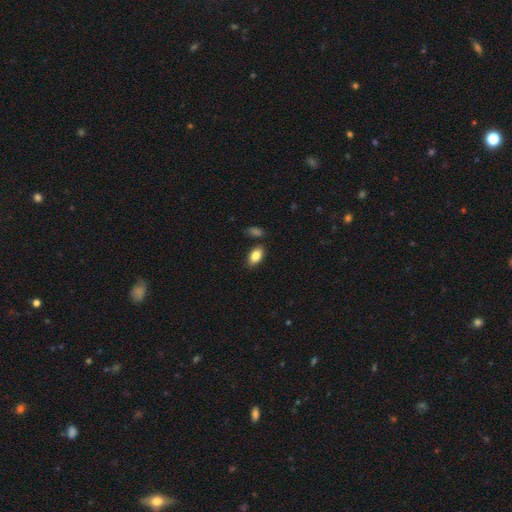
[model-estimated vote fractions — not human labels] A smooth galaxy with no disk features (85%) that is in between round and cigar-shaped (92%). Merging: none (82%).